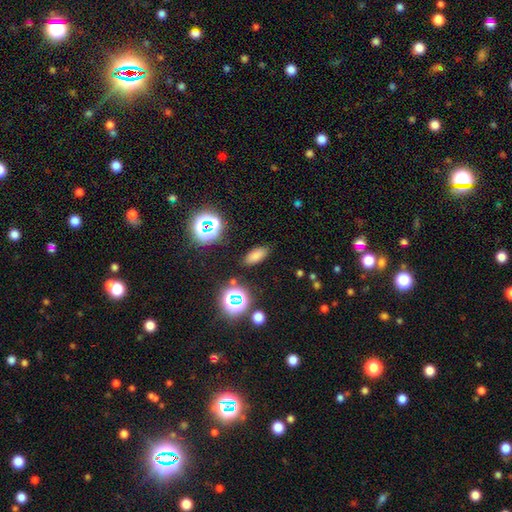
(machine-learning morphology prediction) type=smooth (73%); roundness=in between (84%); merging=none (86%).